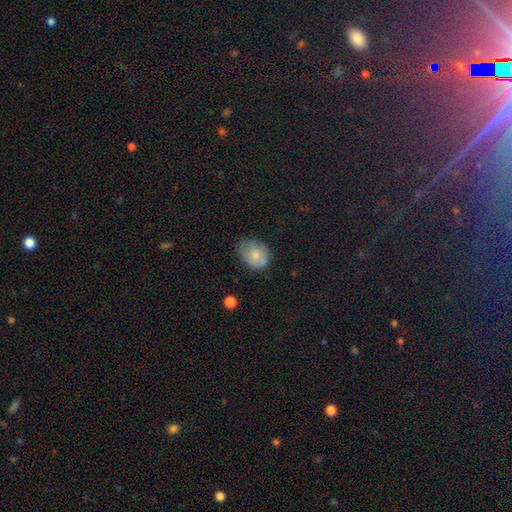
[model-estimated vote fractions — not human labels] Morphology: type=smooth (66%); roundness=in between (56%); merging=none (55%).